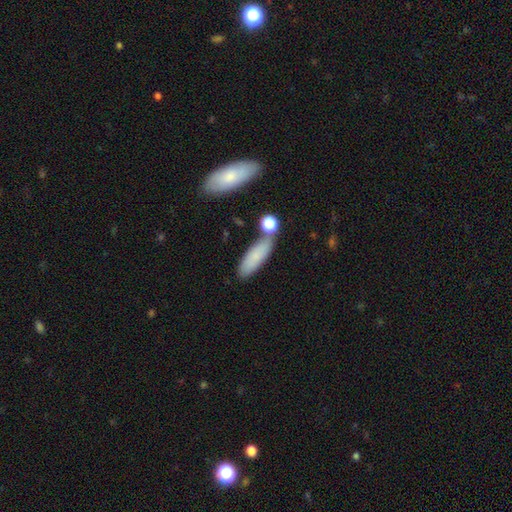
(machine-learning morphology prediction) Smooth or featured: smooth — 79% (featured or disk — 13%)
How rounded: in between — 56% (cigar-shaped — 41%)
Merging: none — 66% (minor disturbance — 16%)